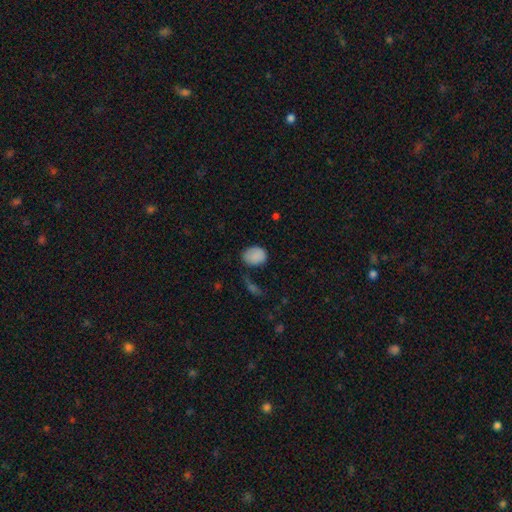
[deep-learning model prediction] The model was most divided on "how rounded": in between: 61%, round: 38%, cigar-shaped: 1%. More confident: smooth or featured — smooth (85%); merging — none (64%).